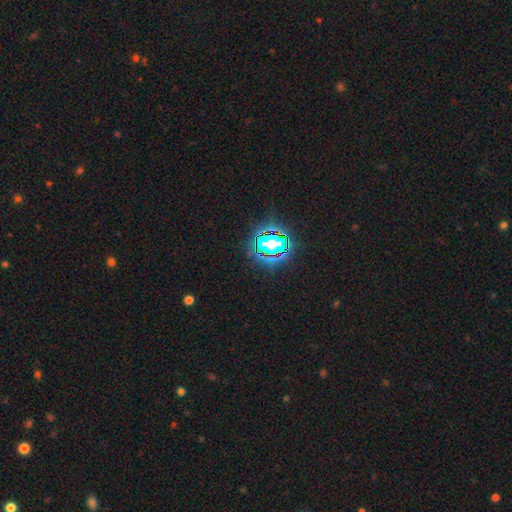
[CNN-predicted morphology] Smooth or featured? star or artifact (82%)